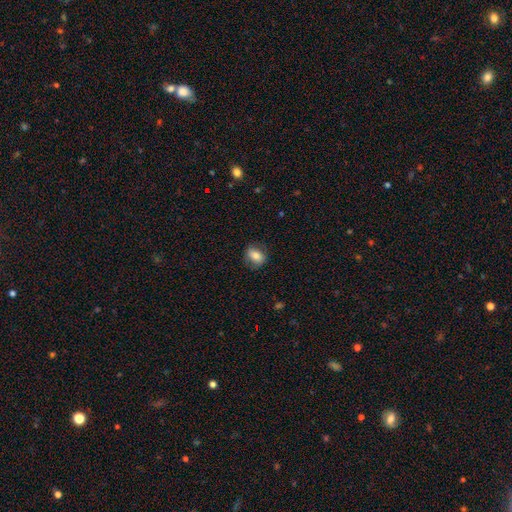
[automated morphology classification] Smooth or featured: smooth — 74% (featured or disk — 18%)
How rounded: in between — 65% (round — 33%)
Merging: none — 76% (minor disturbance — 17%)